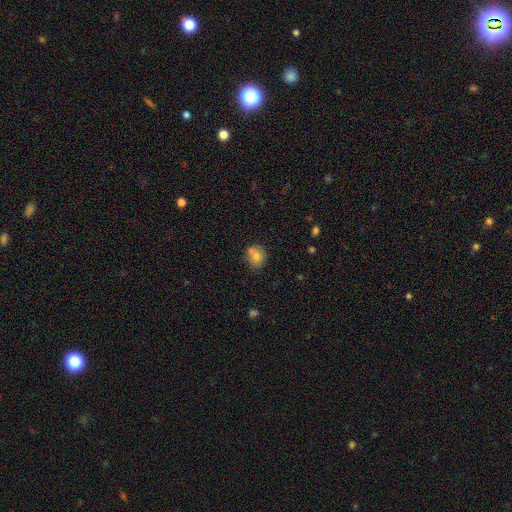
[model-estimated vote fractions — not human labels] smooth_or_featured: smooth (p=0.71) [alt: featured or disk p=0.18]
how_rounded: round (p=0.69) [alt: in between p=0.30]
merging: none (p=0.55) [alt: merger p=0.26]